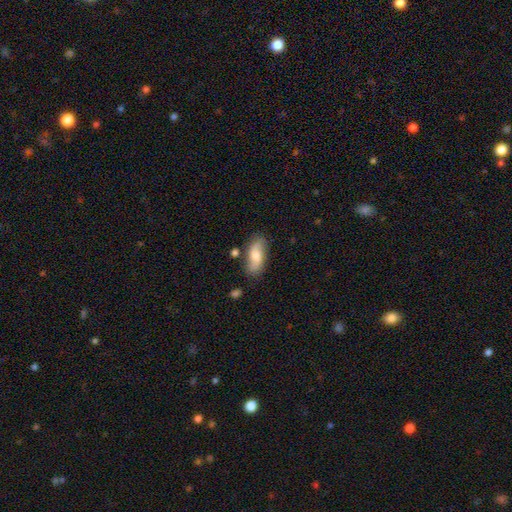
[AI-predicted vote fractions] Smooth or featured: smooth — 55% (featured or disk — 38%)
How rounded: in between — 79% (cigar-shaped — 17%)
Merging: none — 75% (minor disturbance — 16%)